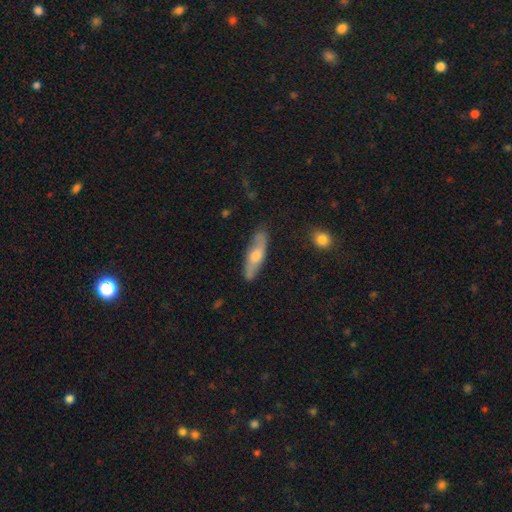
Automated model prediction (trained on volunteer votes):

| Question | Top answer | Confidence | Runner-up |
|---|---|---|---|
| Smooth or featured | featured or disk | 51% | smooth (43%) |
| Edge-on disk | yes | 50% | tied: no (50%) |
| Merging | none | 85% | minor disturbance (12%) |